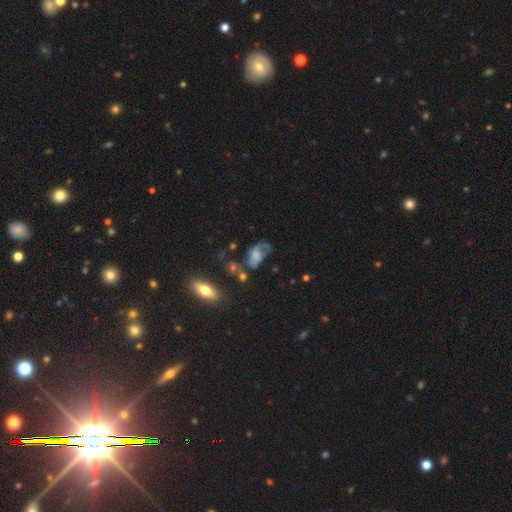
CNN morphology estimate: smooth-or-featured: featured or disk: 56% | smooth: 32% | star or artifact: 11%
  disk-edge-on: no: 94% | yes: 6%
    bar: no: 64% | weak: 29% | strong: 7%
    has-spiral-arms: yes: 72% | no: 28%
    bulge-size: none: 37% | small: 26% | moderate: 24% | large: 11% | dominant: 2%
  merging: none: 35% | major disturbance: 31% | minor disturbance: 24% | merger: 10%